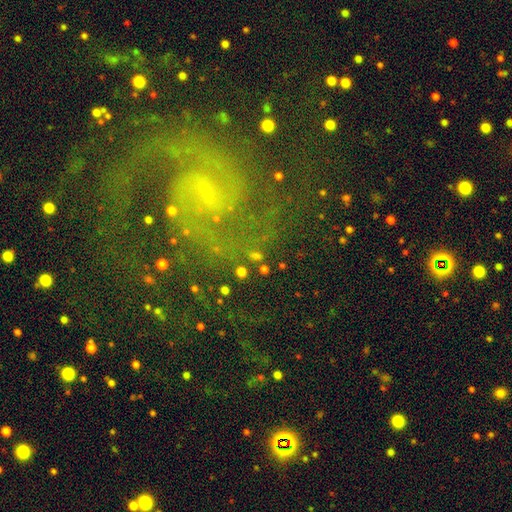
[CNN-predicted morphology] smooth_or_featured: smooth (p=0.49) [alt: star or artifact p=0.35]
merging: none (p=0.75) [alt: minor disturbance p=0.11]